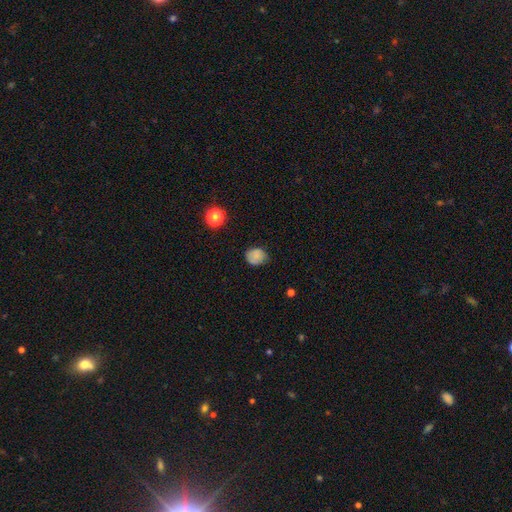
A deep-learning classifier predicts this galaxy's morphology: Smooth or featured? smooth (79%)
How rounded? round (59%)
Merging? none (67%)